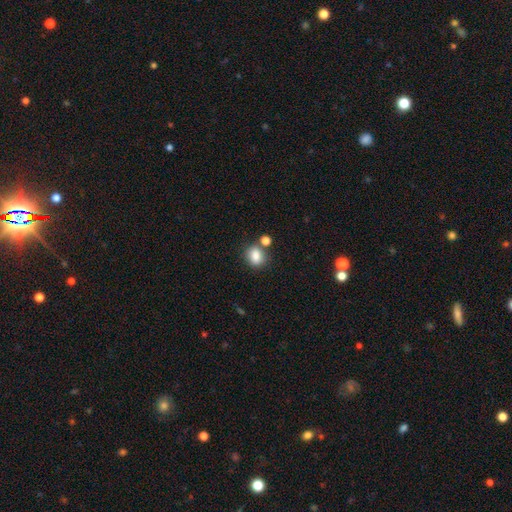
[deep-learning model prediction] Overall: smooth (84%). How rounded: in between (51%; round 47%). Merging: none (65%).